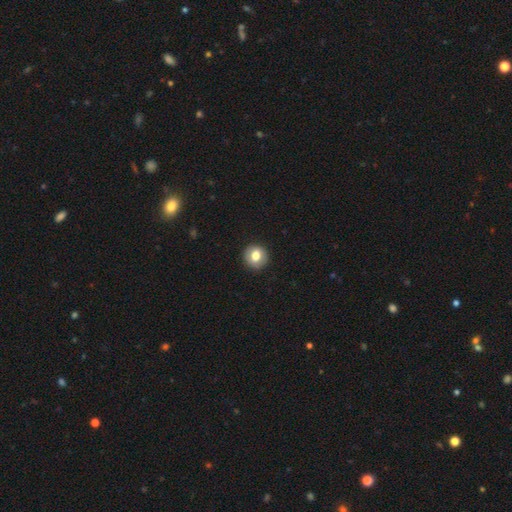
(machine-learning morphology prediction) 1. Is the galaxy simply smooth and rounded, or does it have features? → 74% smooth, 17% featured or disk, 8% star or artifact.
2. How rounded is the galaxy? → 90% round, 9% in between, 1% cigar-shaped.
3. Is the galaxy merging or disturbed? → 91% none, 6% minor disturbance, 2% major disturbance, 1% merger.